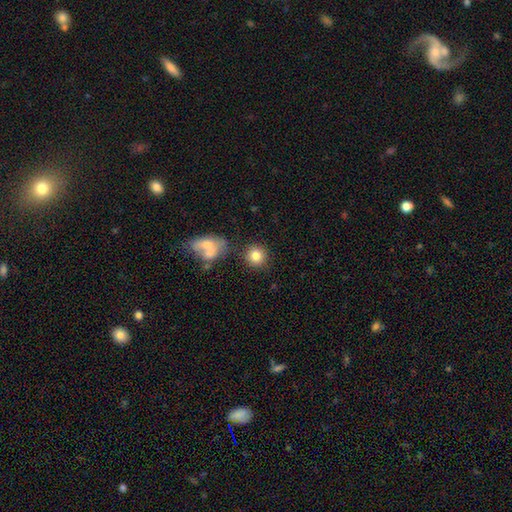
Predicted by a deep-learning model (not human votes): This appears to be a smooth galaxy with no disk features (81%) that is round (89%). Merging: none (79%).